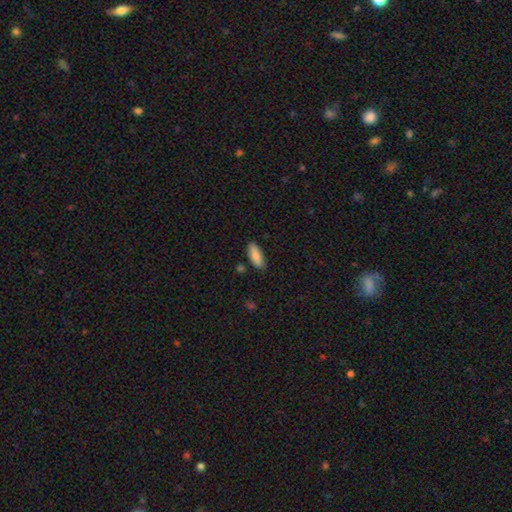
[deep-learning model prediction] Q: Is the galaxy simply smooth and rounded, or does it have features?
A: smooth — 84%.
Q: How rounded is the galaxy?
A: in between — 75%.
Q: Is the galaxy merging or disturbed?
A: none — 84%.